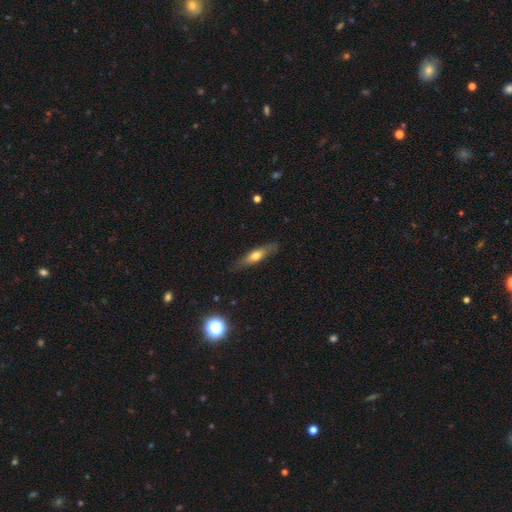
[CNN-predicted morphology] Smooth or featured: smooth — 51% (featured or disk — 42%)
How rounded: cigar-shaped — 73% (in between — 24%)
Merging: none — 82% (minor disturbance — 14%)